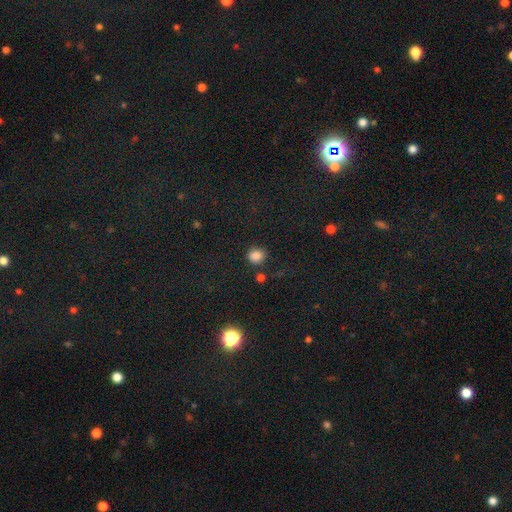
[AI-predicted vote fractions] Smooth or featured? Predicted: smooth (p=0.83). How rounded? Predicted: round (p=0.73). Merging? Predicted: none (p=0.77).